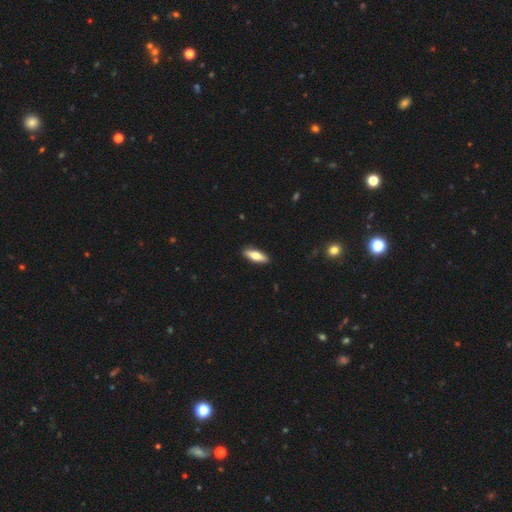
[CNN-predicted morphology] A smooth galaxy with no disk features (65%) that is in between round and cigar-shaped (55%).

Vote fractions:
- Smooth or featured? smooth: 65% / featured or disk: 29% / star or artifact: 5%
- How rounded? in between: 55% / cigar-shaped: 43% / round: 2%
- Merging? none: 91% / minor disturbance: 7% / major disturbance: 1% / merger: 1%